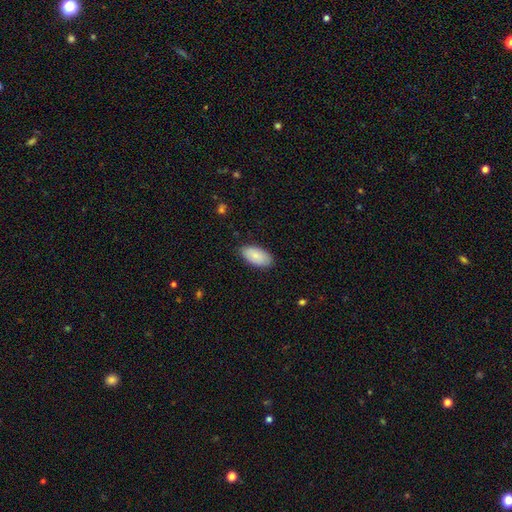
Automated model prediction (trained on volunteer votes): smooth-or-featured: smooth: 84% | featured or disk: 10% | star or artifact: 6%
  how-rounded: in between: 95% | cigar-shaped: 3% | round: 3%
  merging: none: 84% | minor disturbance: 13% | major disturbance: 2% | merger: 1%